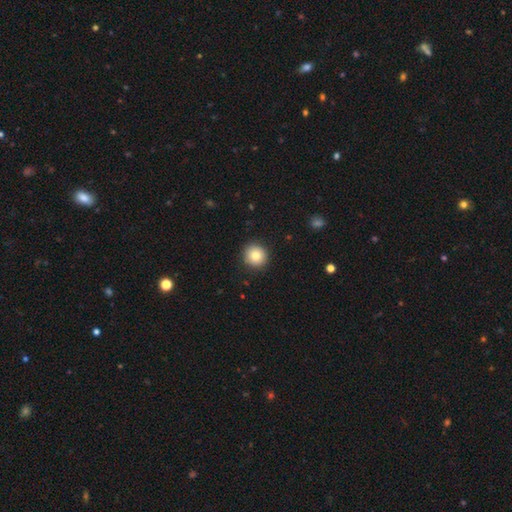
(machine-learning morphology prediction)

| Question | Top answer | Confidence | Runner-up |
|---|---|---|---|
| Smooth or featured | smooth | 80% | featured or disk (10%) |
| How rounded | round | 94% | in between (5%) |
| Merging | none | 91% | minor disturbance (6%) |